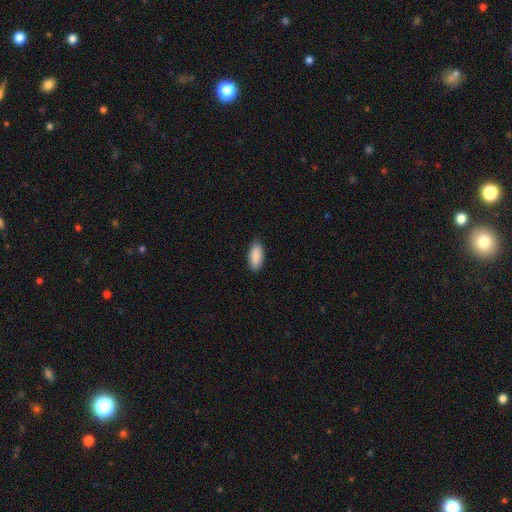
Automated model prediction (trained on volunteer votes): smooth_or_featured: smooth (p=0.90) [alt: star or artifact p=0.06]
how_rounded: in between (p=0.88) [alt: cigar-shaped p=0.10]
merging: none (p=0.88) [alt: minor disturbance p=0.09]